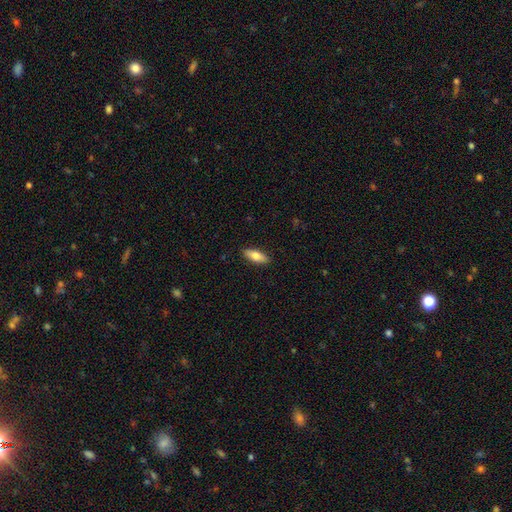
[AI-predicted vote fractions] This is likely a smooth galaxy (76%). How rounded: likely in between (68%). Merging: clearly none (89%).